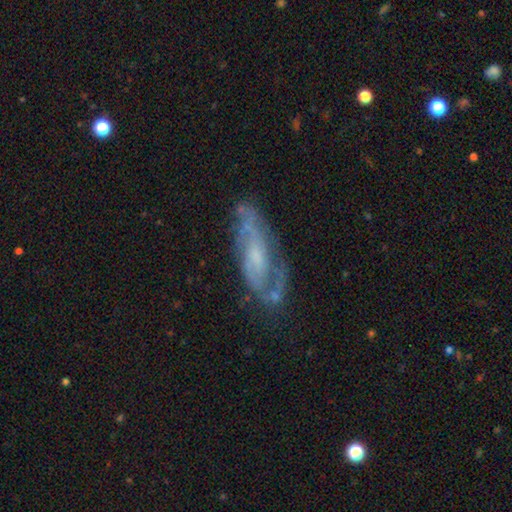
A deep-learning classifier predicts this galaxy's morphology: type=featured or disk (76%); edge-on=no (85%); bar=no (56%); spiral arms=yes (84%); winding=medium (44%); arm count=2 (51%); bulge=small (51%); merging=none (62%).